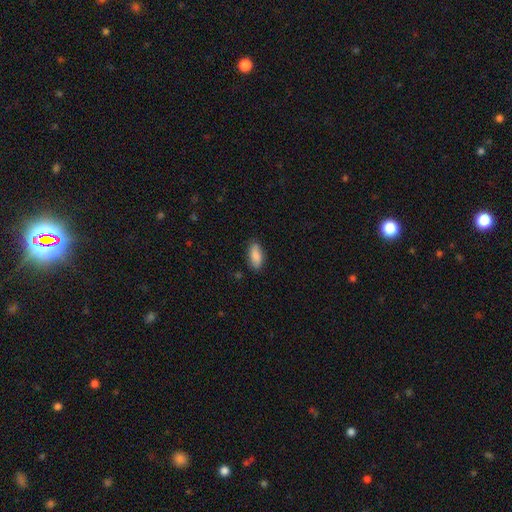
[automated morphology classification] A smooth galaxy with no disk features (87%) that is in between round and cigar-shaped (86%).

Vote fractions:
- Smooth or featured? smooth: 87% / featured or disk: 7% / star or artifact: 6%
- How rounded? in between: 86% / cigar-shaped: 12% / round: 2%
- Merging? none: 84% / minor disturbance: 12% / major disturbance: 2% / merger: 1%